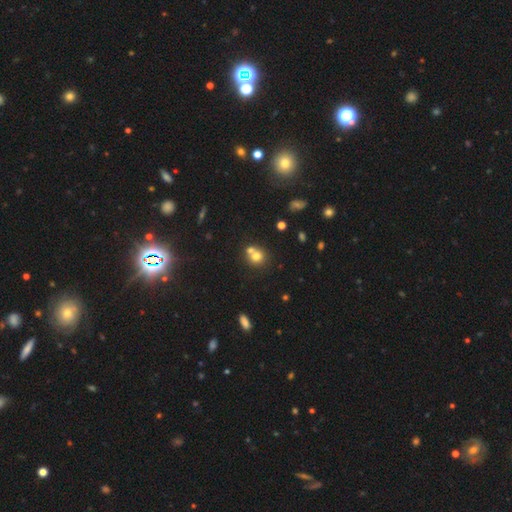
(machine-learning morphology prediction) This is likely a smooth galaxy (71%). How rounded: clearly round (83%). Merging: possibly merger (46%).